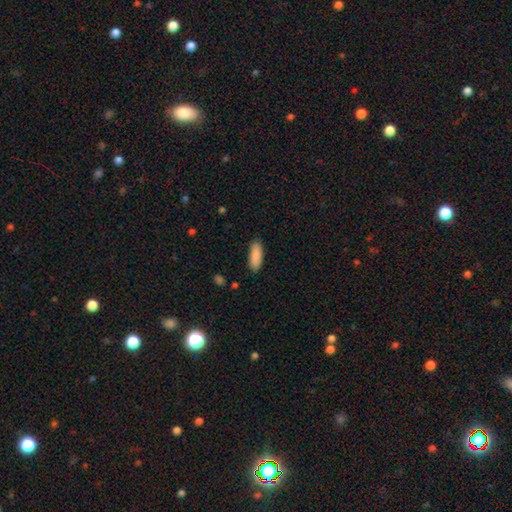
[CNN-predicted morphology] type=smooth (89%); roundness=in between (68%); merging=none (87%).